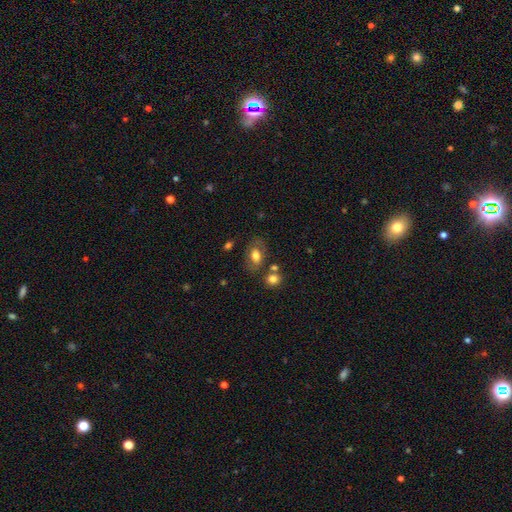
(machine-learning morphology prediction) A smooth galaxy with no disk features (68%) that is in between round and cigar-shaped (84%).

Vote fractions:
- Smooth or featured? smooth: 68% / featured or disk: 24% / star or artifact: 8%
- How rounded? in between: 84% / round: 15% / cigar-shaped: 2%
- Merging? none: 68% / minor disturbance: 16% / merger: 10% / major disturbance: 6%